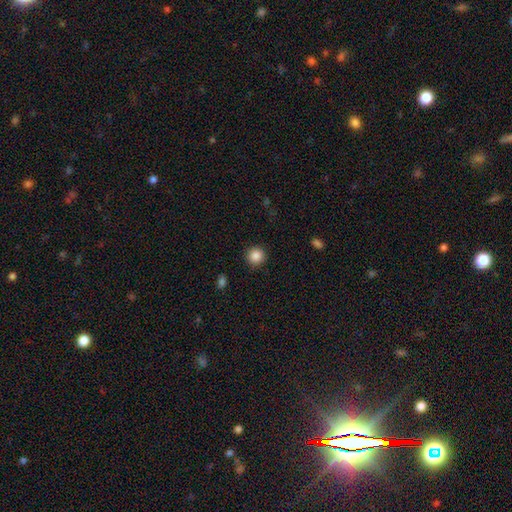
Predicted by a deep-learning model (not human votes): The model was most divided on "smooth or featured": smooth: 87%, star or artifact: 10%, featured or disk: 4%. More confident: how rounded — round (94%); merging — none (91%).